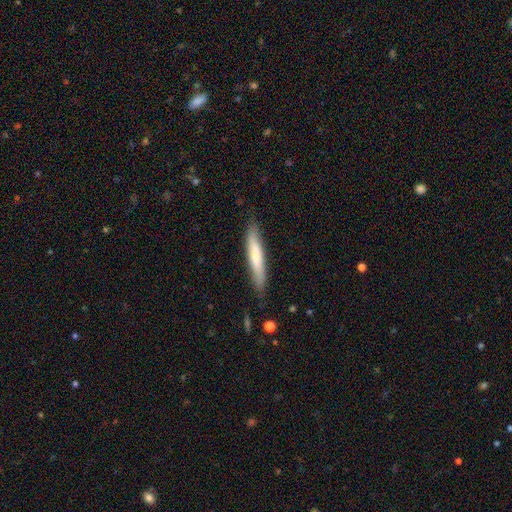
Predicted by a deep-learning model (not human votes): Morphology: type=smooth (69%); roundness=cigar-shaped (91%); merging=none (84%).